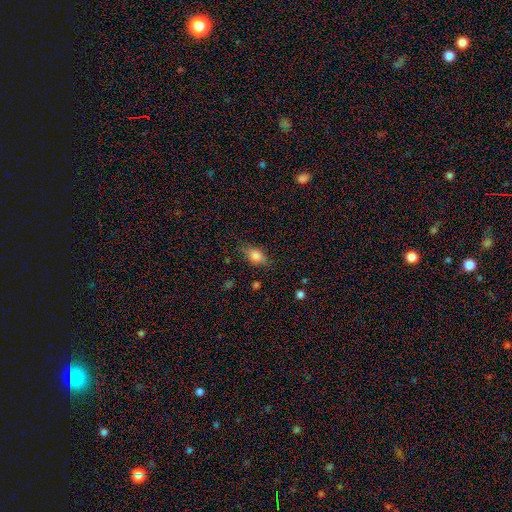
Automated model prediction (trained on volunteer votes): A smooth galaxy with no disk features (79%) that is in between round and cigar-shaped (79%). Merging: none (71%).